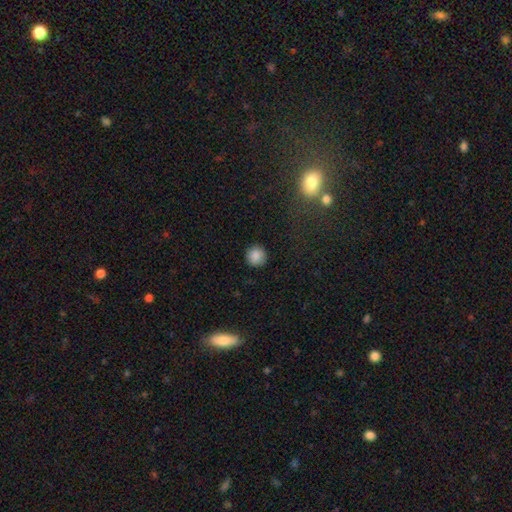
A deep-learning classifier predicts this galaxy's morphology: smooth-or-featured: smooth: 86% | star or artifact: 10% | featured or disk: 4%
  how-rounded: round: 95% | in between: 4% | cigar-shaped: 1%
  merging: none: 91% | minor disturbance: 6% | major disturbance: 2% | merger: 1%